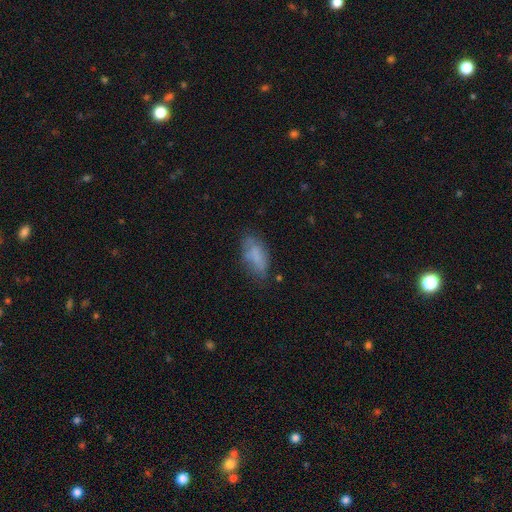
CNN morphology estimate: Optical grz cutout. It shows a smooth galaxy with no disk features (72%) that is in between round and cigar-shaped (86%). Merging: none (58%).